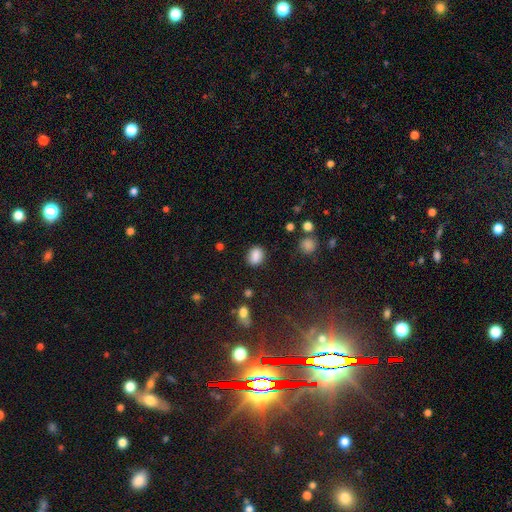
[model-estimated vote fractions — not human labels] Smooth or featured? smooth (86%)
How rounded? in between (50%)
Merging? none (84%)